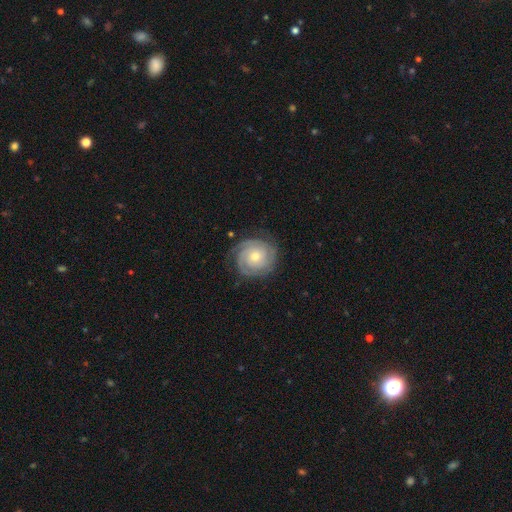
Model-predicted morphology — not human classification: Smooth or featured? Predicted: featured or disk (p=0.85). Edge-on disk? Predicted: no (p=0.98). Bar? Predicted: no (p=0.78). Spiral arms? Predicted: yes (p=0.97). Spiral winding? Predicted: tight (p=0.81). Spiral arm count? Predicted: 3 (p=0.33). Bulge size? Predicted: moderate (p=0.54). Merging? Predicted: none (p=0.81).